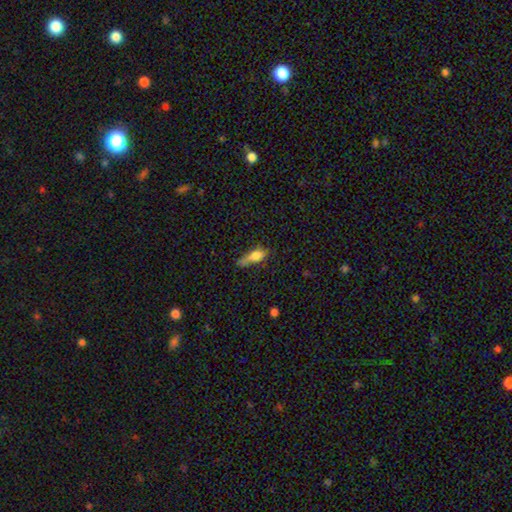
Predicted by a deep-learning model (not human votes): A smooth galaxy with no disk features (70%) that is in between round and cigar-shaped (52%). Merging: none (39%).